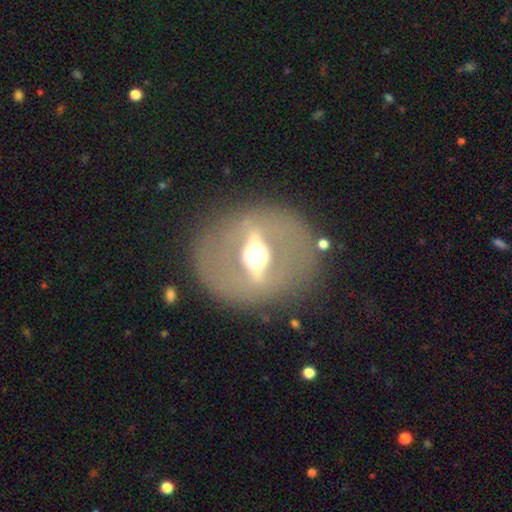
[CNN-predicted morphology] featured or disk 76%, smooth 16%, star or artifact 8%. Down the decision tree: edge-on disk — no (57%); merging — none (79%).